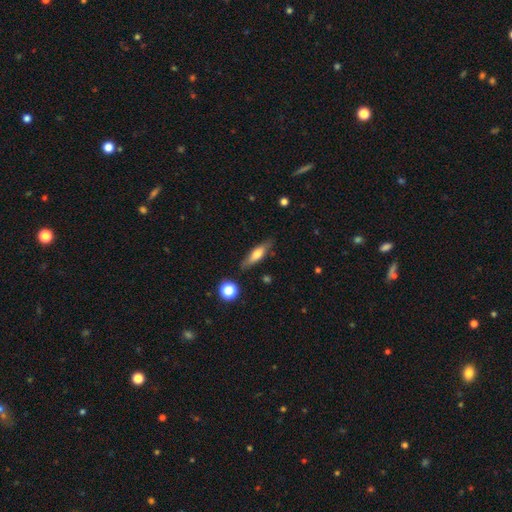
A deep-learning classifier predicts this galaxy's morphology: smooth 51%, featured or disk 42%, star or artifact 8%. Down the decision tree: how rounded — cigar-shaped (65%); merging — none (82%).